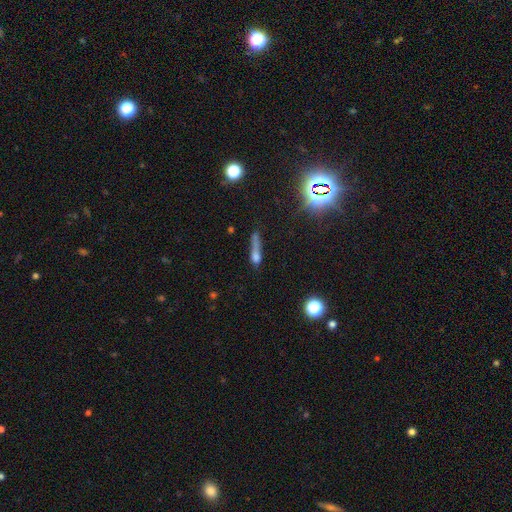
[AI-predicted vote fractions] smooth-or-featured: smooth: 57% | featured or disk: 24% | star or artifact: 19%
  how-rounded: cigar-shaped: 62% | in between: 27% | round: 11%
  merging: none: 31% | major disturbance: 30% | minor disturbance: 22% | merger: 17%